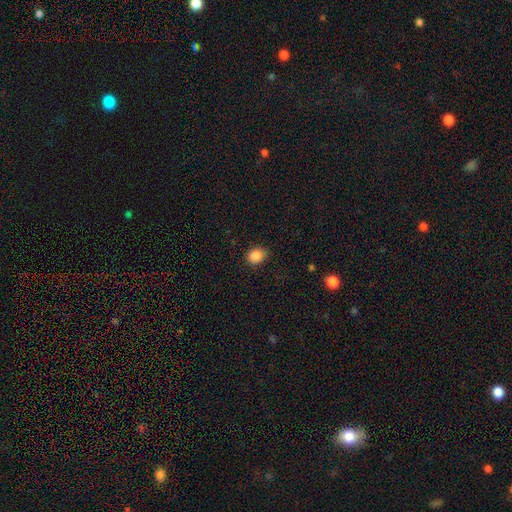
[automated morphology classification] The model was most divided on "how rounded": round: 55%, in between: 45%, cigar-shaped: 1%. More confident: smooth or featured — smooth (87%); merging — none (82%).